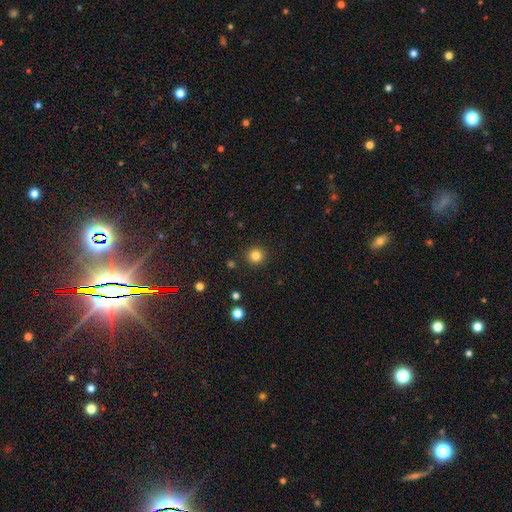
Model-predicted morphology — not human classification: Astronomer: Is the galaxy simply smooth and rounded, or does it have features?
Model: smooth — 82%.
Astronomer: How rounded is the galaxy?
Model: round — 94%.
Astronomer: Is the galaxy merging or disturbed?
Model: none — 91%.